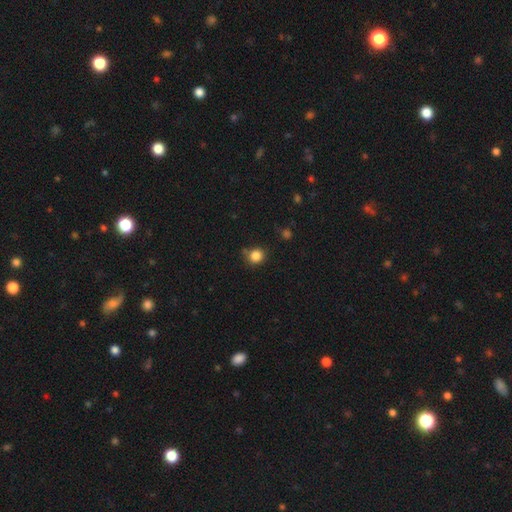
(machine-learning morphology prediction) Smooth or featured? Predicted: smooth (p=0.84). How rounded? Predicted: round (p=0.85). Merging? Predicted: none (p=0.76).